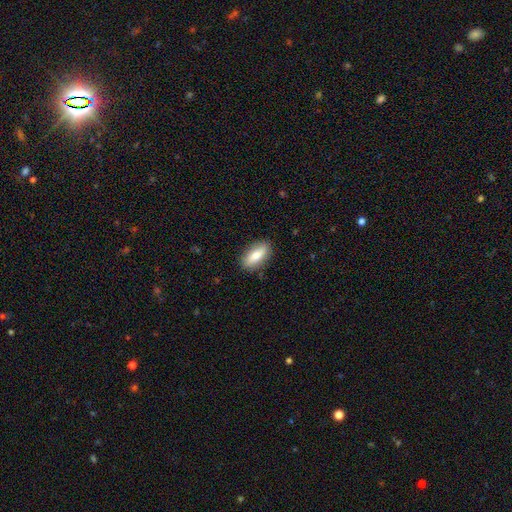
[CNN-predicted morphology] This is likely a smooth galaxy (75%). How rounded: clearly in between (82%). Merging: clearly none (87%).